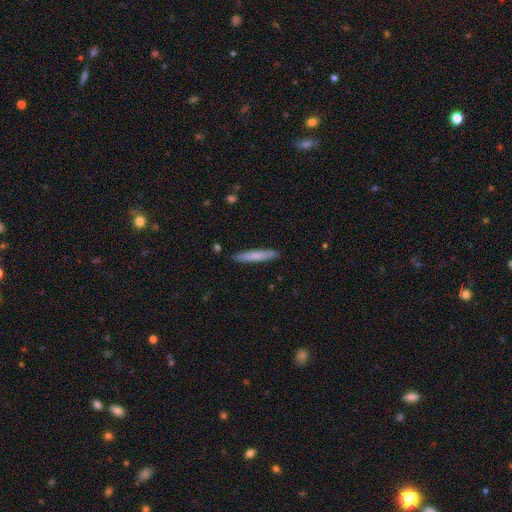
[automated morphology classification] Overall: smooth (73%). How rounded: cigar-shaped (94%). Merging: none (89%).